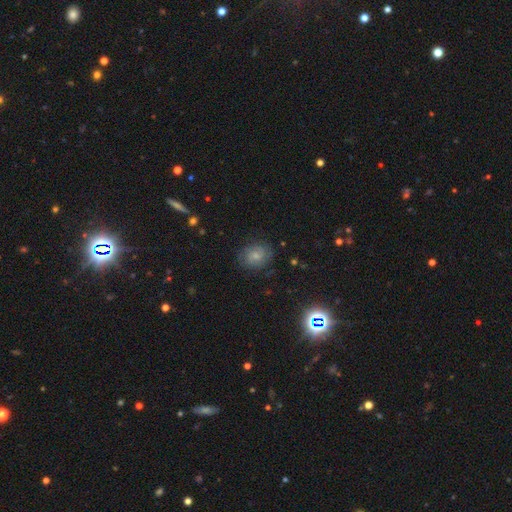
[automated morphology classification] type=featured or disk (53%); edge-on=no (97%); bar=no (60%); spiral arms=yes (86%); bulge=small (54%); merging=none (78%).